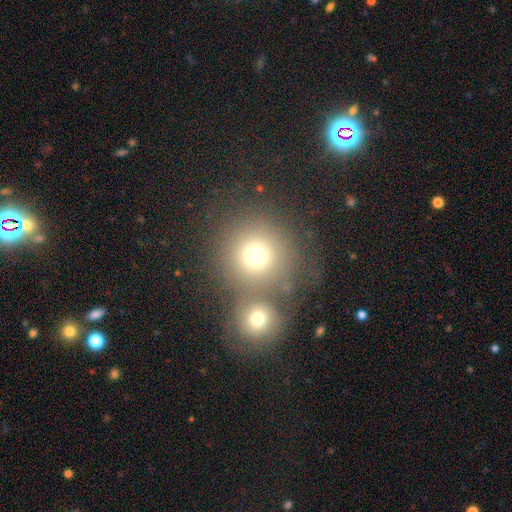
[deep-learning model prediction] Smooth or featured? smooth (72%)
How rounded? round (91%)
Merging? none (46%)